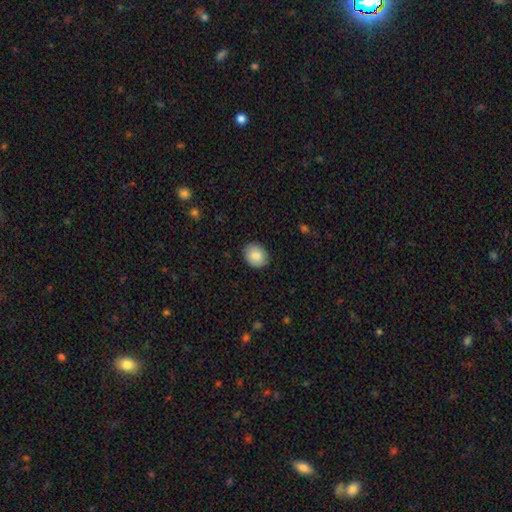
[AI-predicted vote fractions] This appears to be a smooth galaxy with no disk features (87%) that is round (55%). Merging: none (88%).